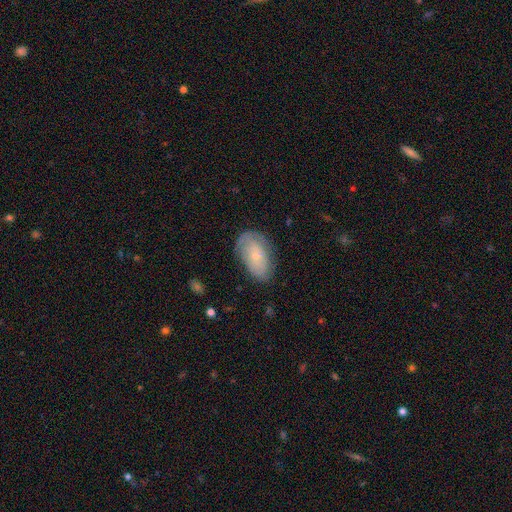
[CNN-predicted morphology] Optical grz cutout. It shows a smooth galaxy with no disk features (55%) that is in between round and cigar-shaped (92%). Merging: none (68%).